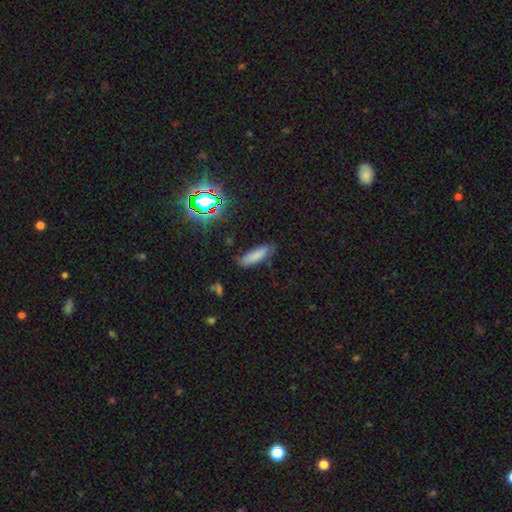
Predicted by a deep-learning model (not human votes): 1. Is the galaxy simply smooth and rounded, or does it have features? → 79% smooth, 12% star or artifact, 9% featured or disk.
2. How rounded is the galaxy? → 54% cigar-shaped, 45% in between, 2% round.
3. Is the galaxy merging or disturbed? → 78% none, 17% minor disturbance, 4% major disturbance, 2% merger.